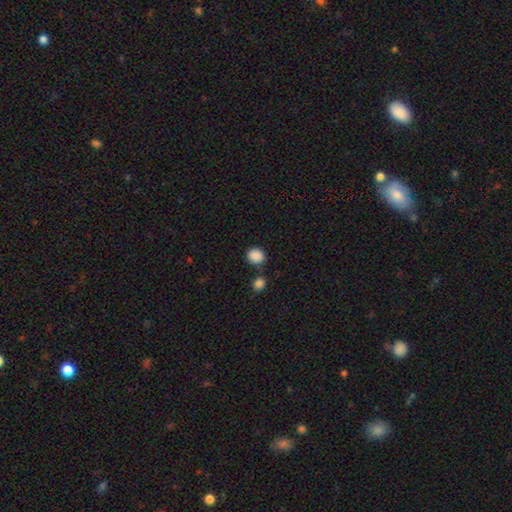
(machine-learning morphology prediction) smooth-or-featured: smooth: 88% | star or artifact: 9% | featured or disk: 3%
  how-rounded: round: 78% | in between: 21% | cigar-shaped: 1%
  merging: none: 74% | minor disturbance: 12% | merger: 11% | major disturbance: 3%